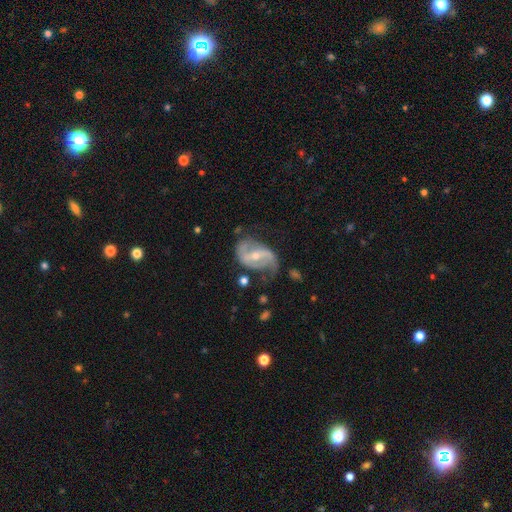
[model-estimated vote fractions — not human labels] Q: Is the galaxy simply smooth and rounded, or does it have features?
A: featured or disk — 85%.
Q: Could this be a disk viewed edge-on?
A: no — 96%.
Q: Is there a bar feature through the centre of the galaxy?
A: strong — 45%.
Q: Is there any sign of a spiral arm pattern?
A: yes — 92%.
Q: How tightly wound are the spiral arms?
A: loose — 46%.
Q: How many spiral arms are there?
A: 2 — 86%.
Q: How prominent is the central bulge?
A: small — 51%.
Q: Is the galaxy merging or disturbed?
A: none — 59%.